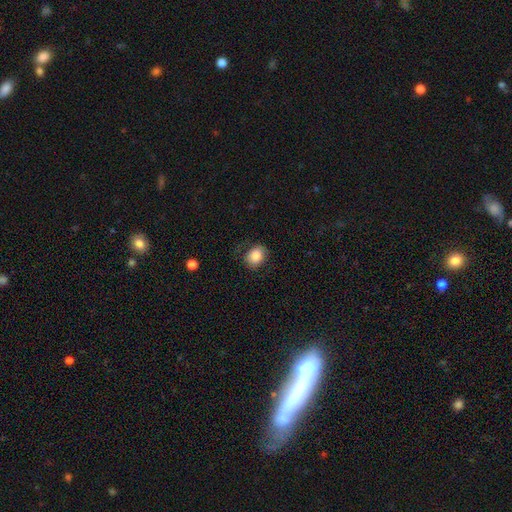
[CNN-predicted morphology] smooth_or_featured: smooth (p=0.81) [alt: featured or disk p=0.10]
how_rounded: in between (p=0.55) [alt: round p=0.44]
merging: none (p=0.69) [alt: minor disturbance p=0.20]